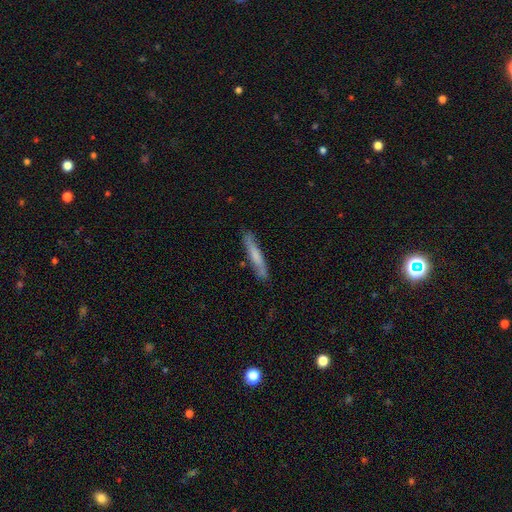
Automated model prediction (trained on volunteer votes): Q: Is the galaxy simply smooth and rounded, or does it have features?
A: smooth — 57%.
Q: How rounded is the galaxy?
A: cigar-shaped — 93%.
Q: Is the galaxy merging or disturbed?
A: none — 81%.